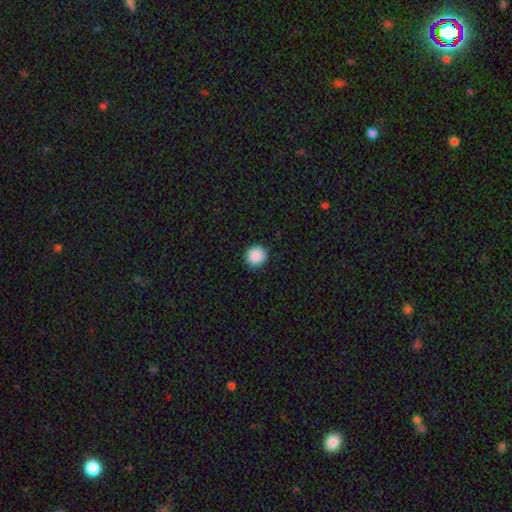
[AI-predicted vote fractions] Smooth or featured? smooth (89%)
How rounded? round (92%)
Merging? none (90%)